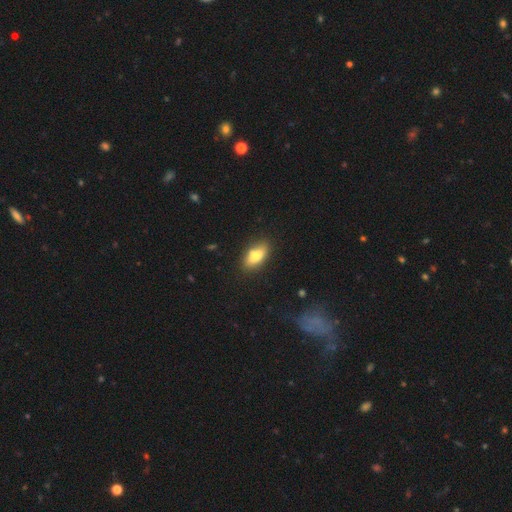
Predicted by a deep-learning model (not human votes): This appears to be a smooth galaxy with no disk features (78%) that is in between round and cigar-shaped (87%). Merging: none (78%).